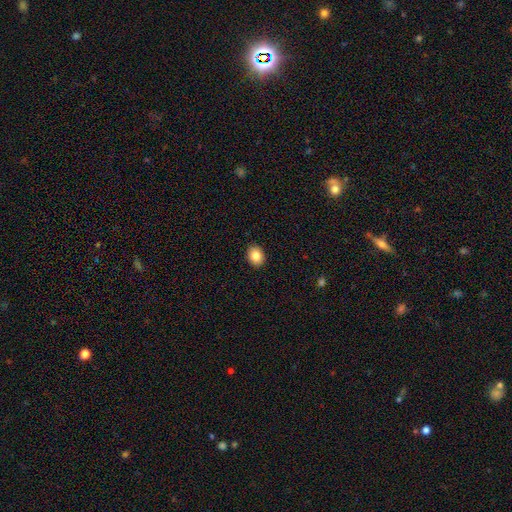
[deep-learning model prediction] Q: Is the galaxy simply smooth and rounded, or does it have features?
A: smooth — 85%.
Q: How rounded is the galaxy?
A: in between — 55%.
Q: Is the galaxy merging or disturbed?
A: none — 91%.